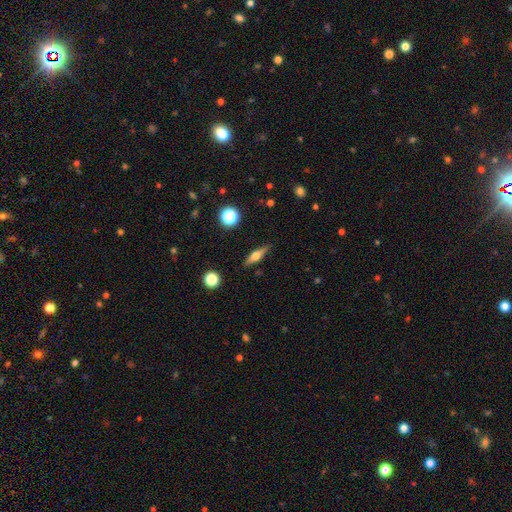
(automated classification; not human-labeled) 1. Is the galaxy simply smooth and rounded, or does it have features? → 47% featured or disk, 45% smooth, 8% star or artifact.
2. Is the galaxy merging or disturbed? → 86% none, 10% minor disturbance, 2% major disturbance, 1% merger.